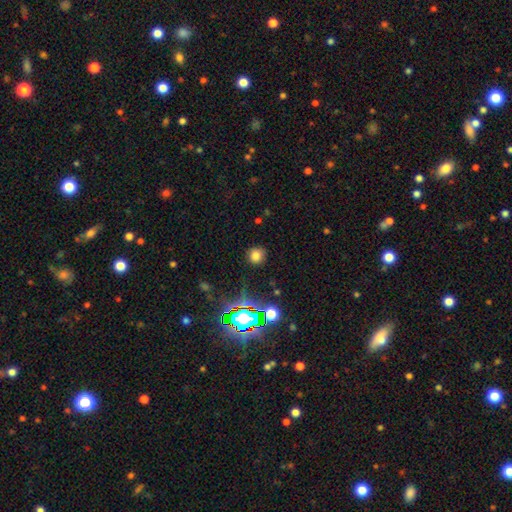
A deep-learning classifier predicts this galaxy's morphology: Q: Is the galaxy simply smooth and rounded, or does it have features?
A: smooth — 72%.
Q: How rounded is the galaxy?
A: round — 87%.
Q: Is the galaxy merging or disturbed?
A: none — 85%.